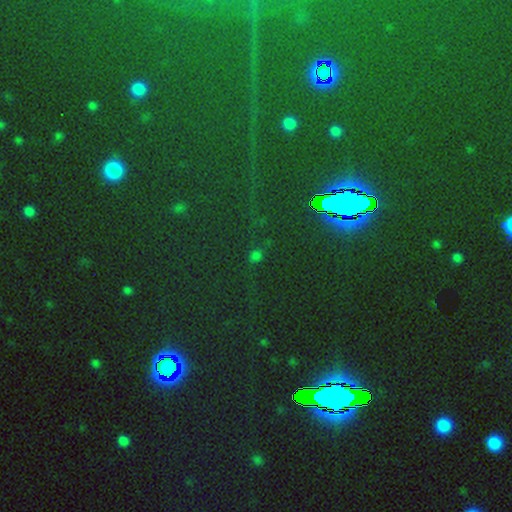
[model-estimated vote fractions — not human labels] star or artifact 74%, smooth 17%, featured or disk 9%.